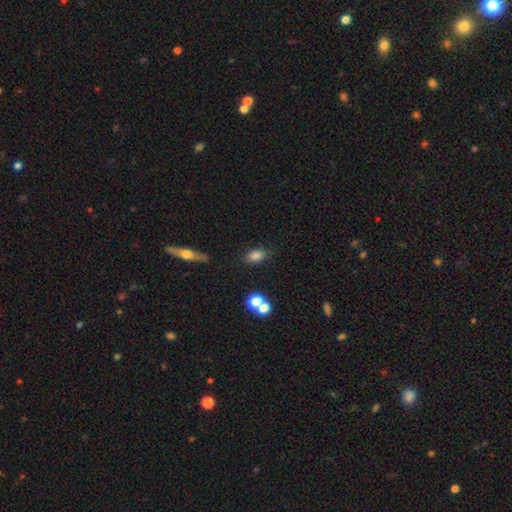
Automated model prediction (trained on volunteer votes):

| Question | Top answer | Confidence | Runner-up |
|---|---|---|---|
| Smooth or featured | smooth | 81% | star or artifact (11%) |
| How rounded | in between | 83% | round (13%) |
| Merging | none | 74% | minor disturbance (15%) |